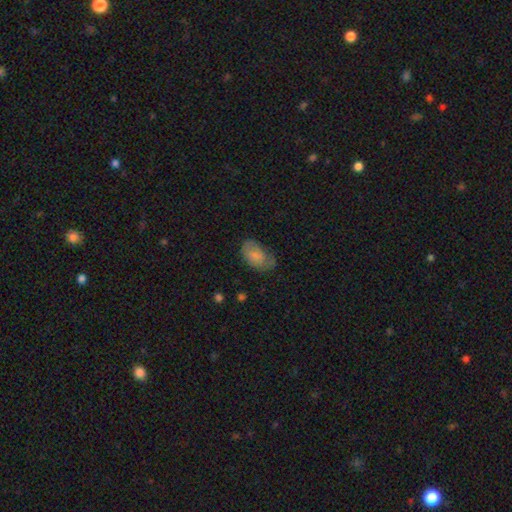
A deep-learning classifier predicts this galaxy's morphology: type=smooth (74%); roundness=in between (92%); merging=none (52%).